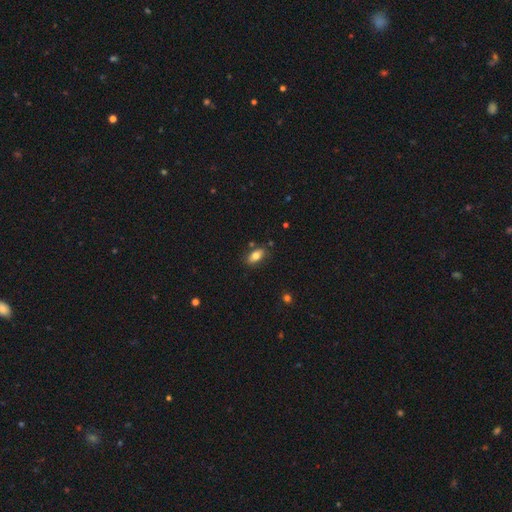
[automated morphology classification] The model was most divided on "smooth or featured": smooth: 79%, featured or disk: 13%, star or artifact: 8%. More confident: how rounded — in between (88%); merging — none (81%).